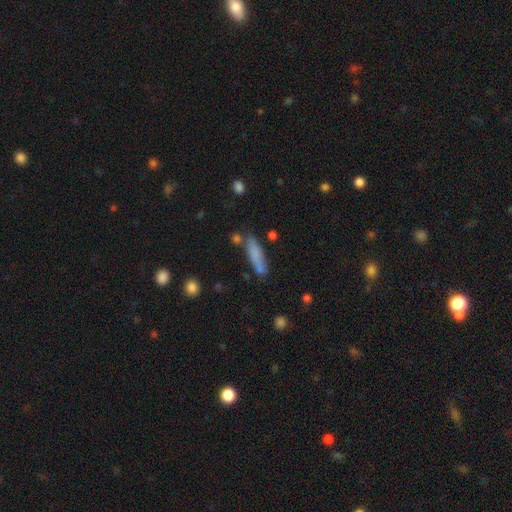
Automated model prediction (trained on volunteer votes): smooth-or-featured: smooth: 76% | featured or disk: 15% | star or artifact: 9%
  how-rounded: cigar-shaped: 73% | in between: 25% | round: 2%
  merging: none: 71% | minor disturbance: 16% | merger: 9% | major disturbance: 4%